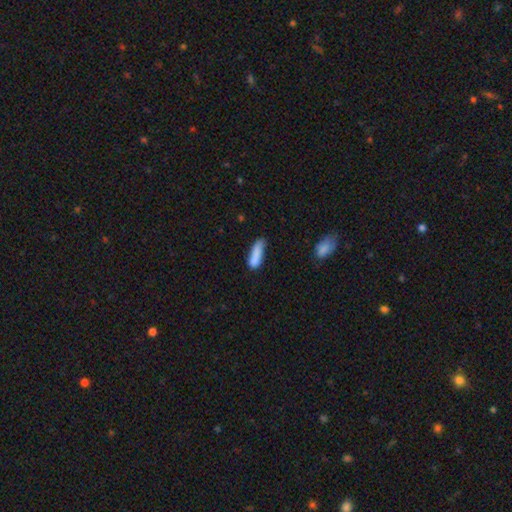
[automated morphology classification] type=smooth (81%); roundness=cigar-shaped (59%); merging=none (50%).